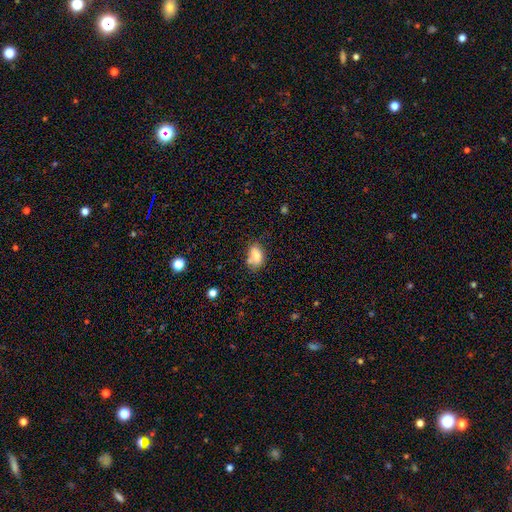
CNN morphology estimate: type=smooth (77%); roundness=in between (84%); merging=none (56%).